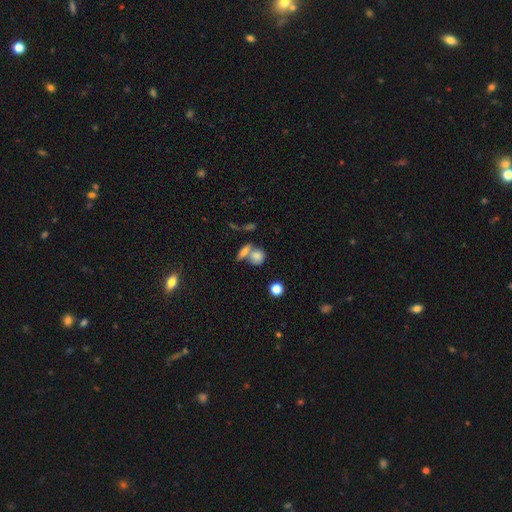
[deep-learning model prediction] A smooth galaxy with no disk features (75%) that is round (64%). Merging: merger (43%).